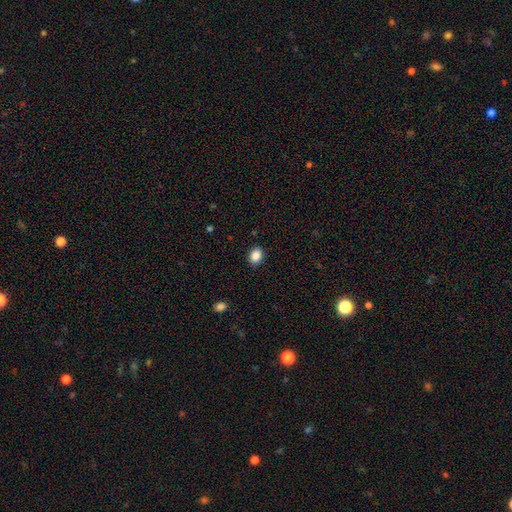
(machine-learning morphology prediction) Smooth or featured: smooth — 87% (star or artifact — 9%)
How rounded: in between — 61% (round — 38%)
Merging: none — 89% (minor disturbance — 8%)